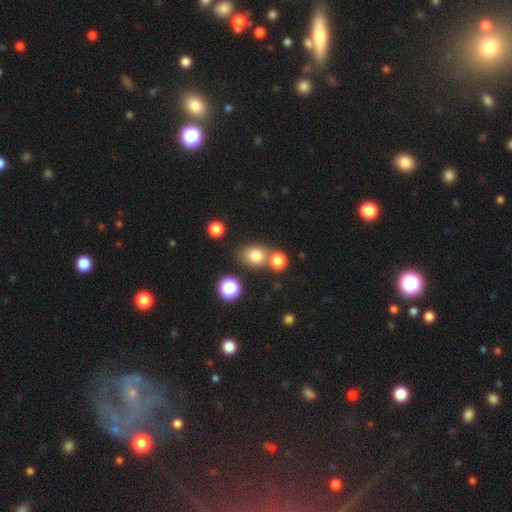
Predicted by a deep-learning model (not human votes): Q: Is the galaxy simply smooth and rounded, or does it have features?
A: smooth — 78%.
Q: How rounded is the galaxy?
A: round — 60%.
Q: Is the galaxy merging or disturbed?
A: none — 63%.